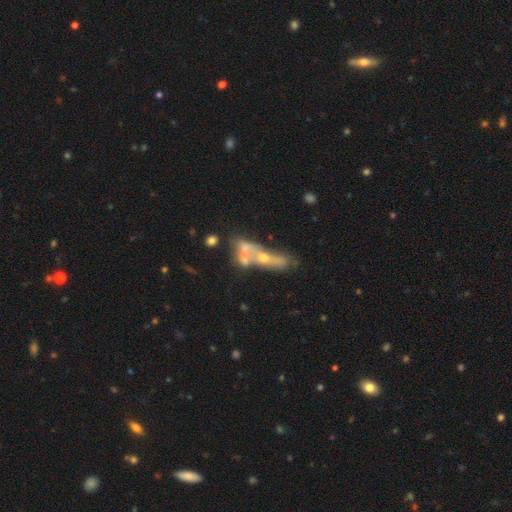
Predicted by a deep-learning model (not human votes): Smooth or featured? Predicted: featured or disk (p=0.55). Edge-on disk? Predicted: no (p=0.77). Merging? Predicted: merger (p=0.54).